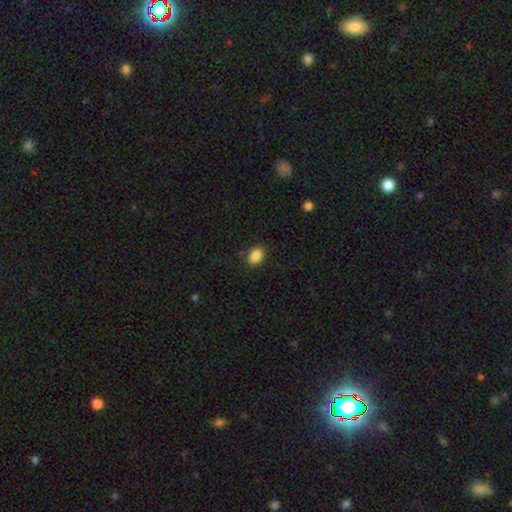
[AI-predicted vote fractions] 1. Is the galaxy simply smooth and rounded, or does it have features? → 87% smooth, 9% star or artifact, 4% featured or disk.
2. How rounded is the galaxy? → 74% in between, 25% round, 1% cigar-shaped.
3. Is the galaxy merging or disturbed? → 87% none, 9% minor disturbance, 2% major disturbance, 1% merger.